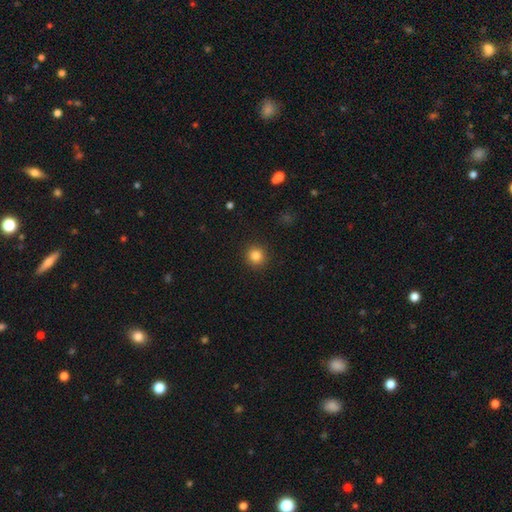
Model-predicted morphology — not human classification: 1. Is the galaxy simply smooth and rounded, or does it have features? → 85% smooth, 11% star or artifact, 4% featured or disk.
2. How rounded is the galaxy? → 94% round, 5% in between, 1% cigar-shaped.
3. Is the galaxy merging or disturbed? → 92% none, 5% minor disturbance, 2% major disturbance, 1% merger.